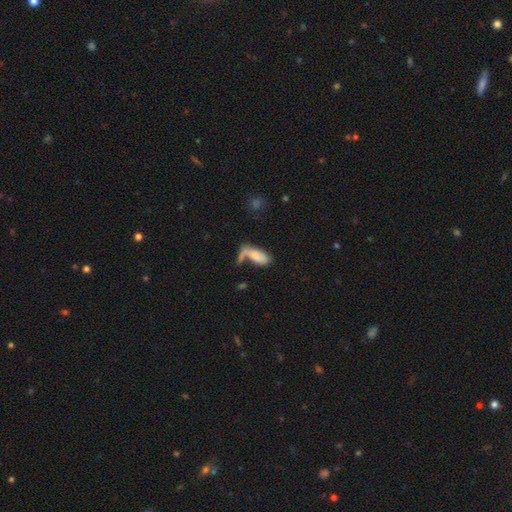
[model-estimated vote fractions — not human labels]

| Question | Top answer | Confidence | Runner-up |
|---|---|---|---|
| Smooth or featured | smooth | 61% | featured or disk (30%) |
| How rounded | in between | 79% | cigar-shaped (18%) |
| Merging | major disturbance | 29% | none (28%) |